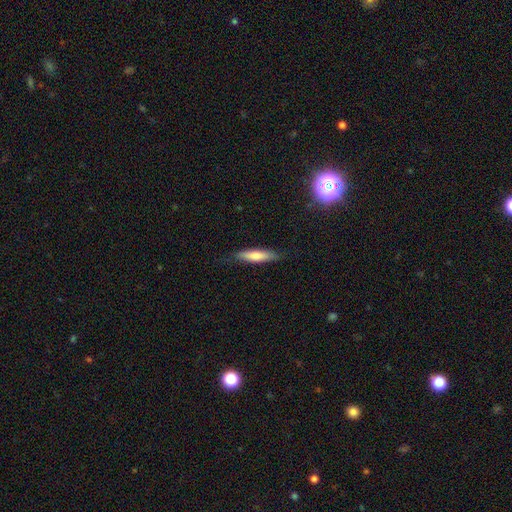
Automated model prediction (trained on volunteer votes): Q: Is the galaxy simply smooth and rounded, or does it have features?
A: smooth — 70%.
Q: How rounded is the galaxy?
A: cigar-shaped — 76%.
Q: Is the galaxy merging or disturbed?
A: none — 81%.